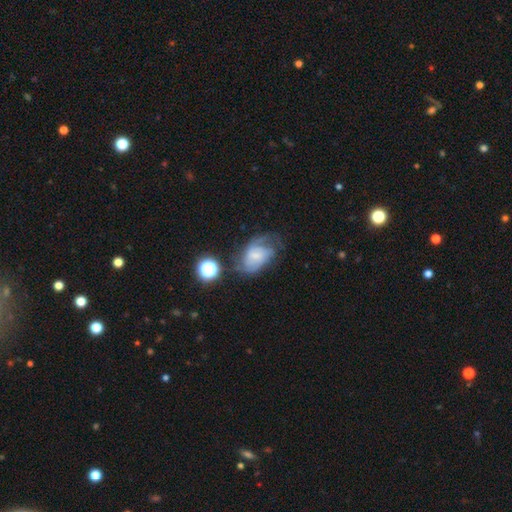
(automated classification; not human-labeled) This appears to be a featured or disk galaxy (61%) with no bar (56%), 2 (40%) medium (45%) spiral arms (84%) and a small central bulge (39%). Merging: none (38%).